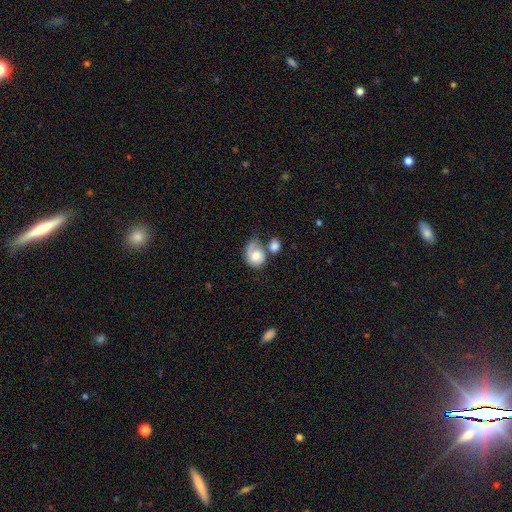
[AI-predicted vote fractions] Smooth or featured?
  - smooth: 54% *
  - featured or disk: 39%
  - star or artifact: 7%
How rounded?
  - round: 59% *
  - in between: 40%
  - cigar-shaped: 1%
Merging?
  - merger: 35% *
  - none: 27%
  - major disturbance: 20%
  - minor disturbance: 18%